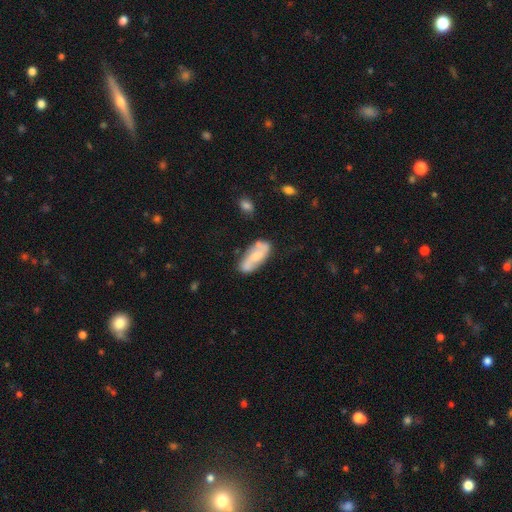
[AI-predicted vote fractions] Overall: featured or disk (55%; smooth 39%). Edge-on disk: no (88%). Merging: none (69%).